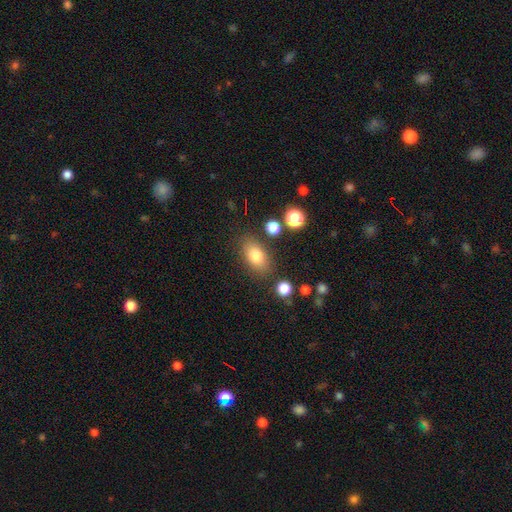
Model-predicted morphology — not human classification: smooth 80%, featured or disk 11%, star or artifact 9%. Down the decision tree: how rounded — in between (86%); merging — none (79%).